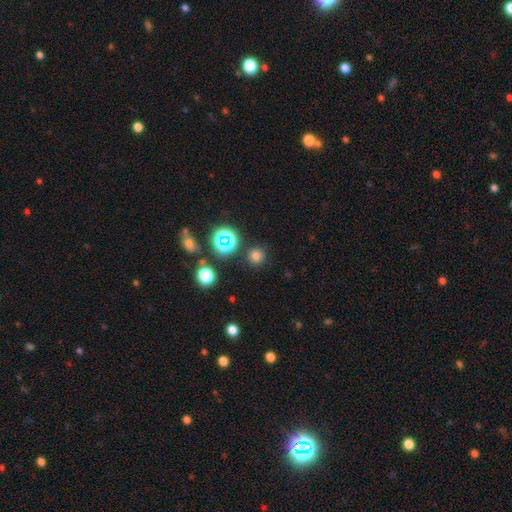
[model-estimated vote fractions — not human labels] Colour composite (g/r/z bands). It shows a smooth galaxy with no disk features (72%) that is round (93%). Merging: none (87%).